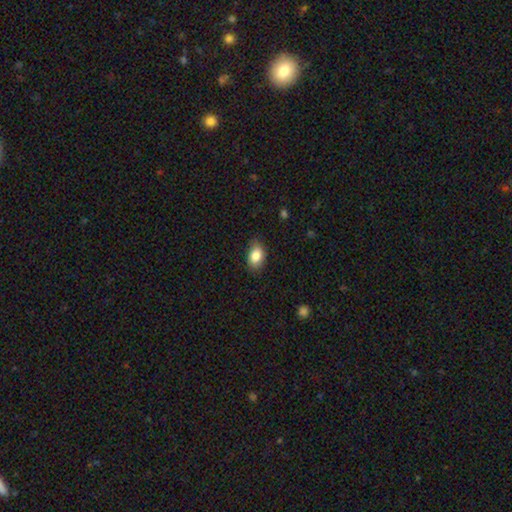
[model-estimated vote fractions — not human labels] This appears to be a smooth galaxy with no disk features (86%) that is in between round and cigar-shaped (86%). Merging: none (79%).